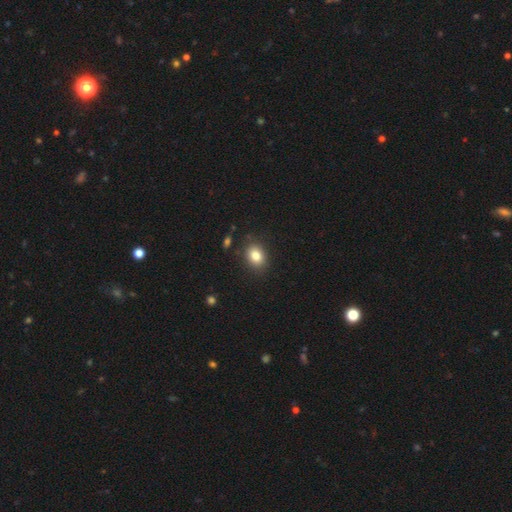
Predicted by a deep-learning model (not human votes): Smooth or featured: smooth — 83% (star or artifact — 10%)
How rounded: in between — 62% (round — 37%)
Merging: none — 85% (minor disturbance — 10%)